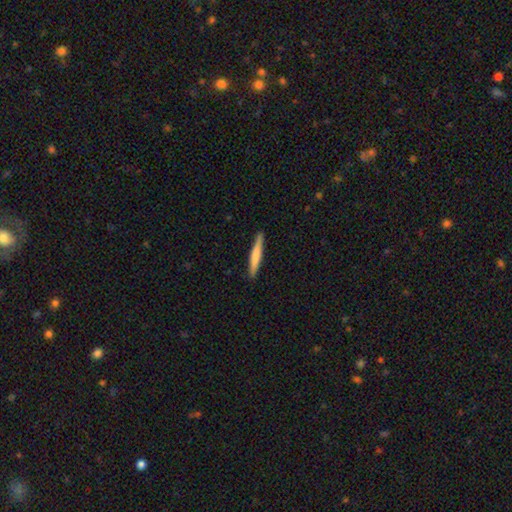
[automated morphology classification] Q: Smooth or featured?
A: smooth (66%); runner-up: featured or disk (29%)
Q: How rounded?
A: cigar-shaped (95%); runner-up: in between (4%)
Q: Merging?
A: none (90%); runner-up: minor disturbance (8%)